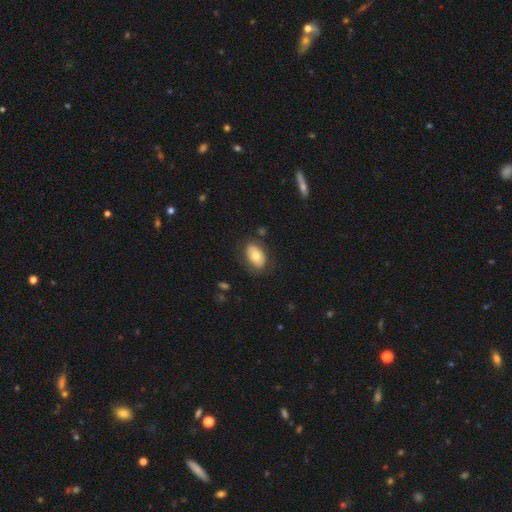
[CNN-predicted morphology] This appears to be a smooth galaxy with no disk features (72%) that is in between round and cigar-shaped (89%). Merging: none (77%).